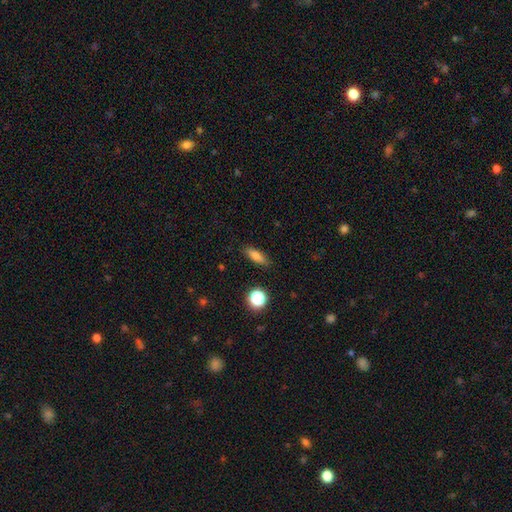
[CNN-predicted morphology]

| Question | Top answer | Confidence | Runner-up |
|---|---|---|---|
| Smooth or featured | smooth | 73% | featured or disk (17%) |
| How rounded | in between | 50% | cigar-shaped (44%) |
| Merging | none | 86% | minor disturbance (10%) |